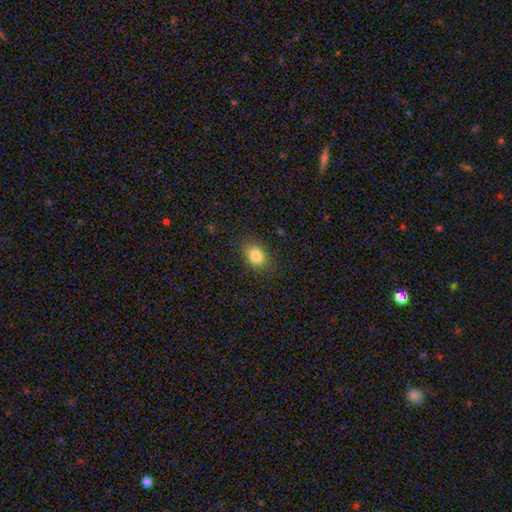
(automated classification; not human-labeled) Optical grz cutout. It shows a smooth galaxy with no disk features (83%) that is in between round and cigar-shaped (75%). Merging: none (85%).